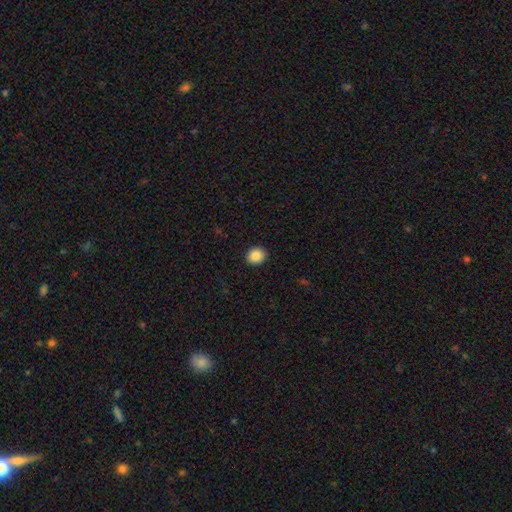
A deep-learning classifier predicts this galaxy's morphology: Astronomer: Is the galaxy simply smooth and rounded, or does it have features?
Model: smooth — 87%.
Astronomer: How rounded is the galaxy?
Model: round — 64%.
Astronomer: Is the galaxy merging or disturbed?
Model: none — 91%.